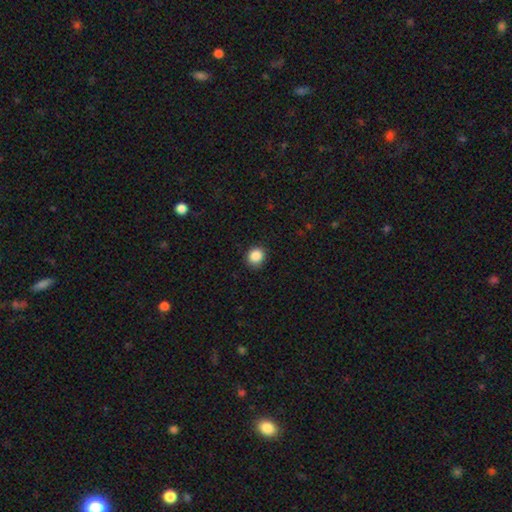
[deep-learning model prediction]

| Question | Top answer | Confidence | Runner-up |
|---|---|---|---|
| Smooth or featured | smooth | 88% | star or artifact (10%) |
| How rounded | round | 81% | in between (18%) |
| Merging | none | 86% | minor disturbance (11%) |